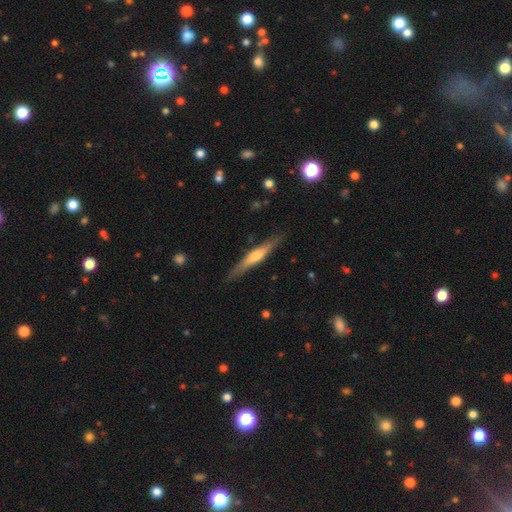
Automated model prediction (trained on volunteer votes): Overall: featured or disk (60%; smooth 35%). Edge-on disk: yes (96%). Edge-on bulge: rounded (82%). Merging: none (87%).